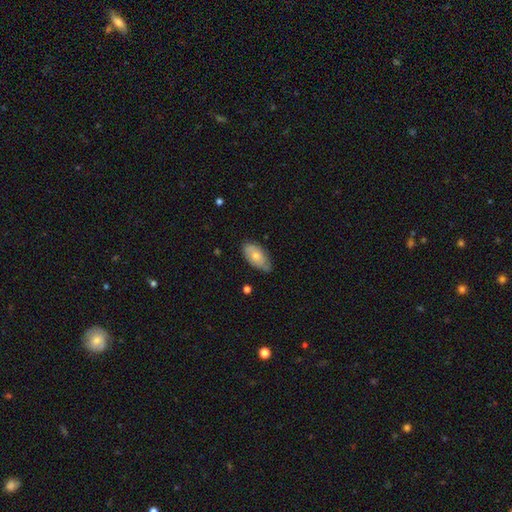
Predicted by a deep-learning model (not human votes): Q: Smooth or featured?
A: smooth (70%); runner-up: featured or disk (23%)
Q: How rounded?
A: in between (93%); runner-up: round (4%)
Q: Merging?
A: none (61%); runner-up: minor disturbance (32%)